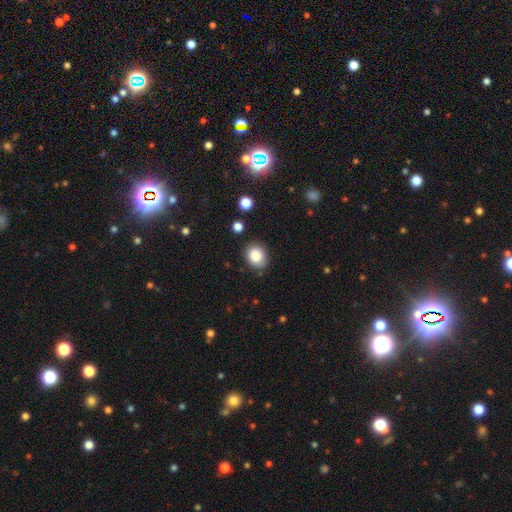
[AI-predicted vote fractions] smooth 86%, star or artifact 9%, featured or disk 5%. Down the decision tree: how rounded — round (56%); merging — none (81%).